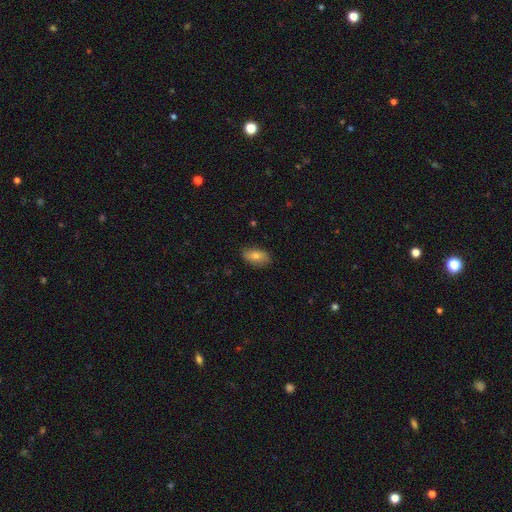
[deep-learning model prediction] Morphology: type=smooth (68%); roundness=in between (90%); merging=none (82%).